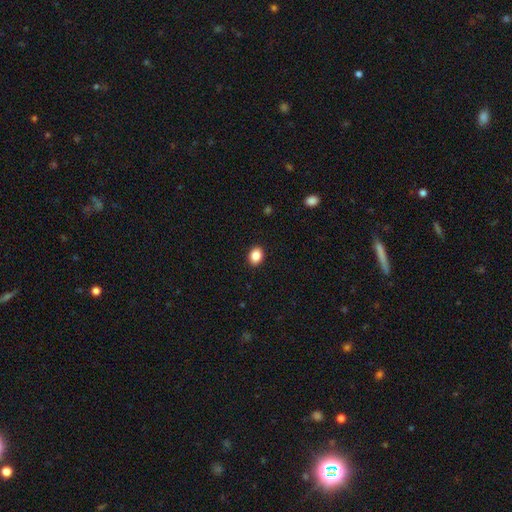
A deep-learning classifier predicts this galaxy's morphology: A smooth galaxy with no disk features (87%) that is in between round and cigar-shaped (63%). Merging: none (91%).